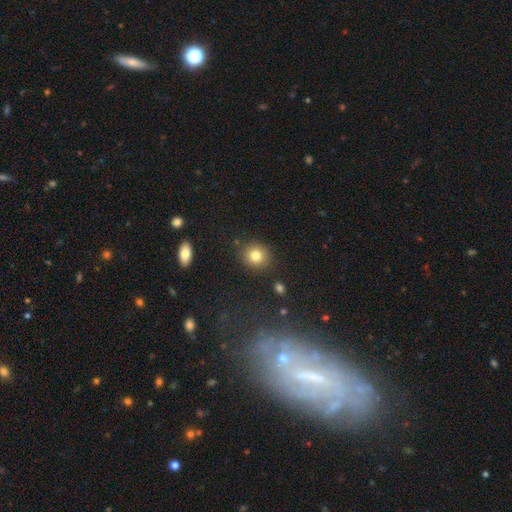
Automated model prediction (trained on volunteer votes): The model was most divided on "how rounded": round: 80%, in between: 19%, cigar-shaped: 1%. More confident: merging — none (87%); smooth or featured — smooth (81%).